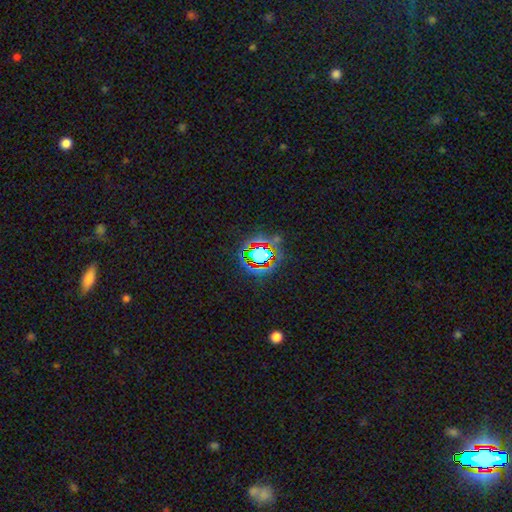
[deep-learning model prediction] Smooth or featured?
  - star or artifact: 65% *
  - smooth: 21%
  - featured or disk: 14%